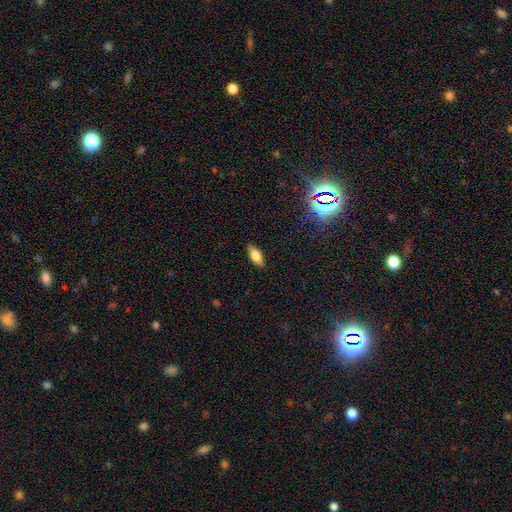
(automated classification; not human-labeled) Smooth or featured?
  - smooth: 71% *
  - featured or disk: 21%
  - star or artifact: 8%
How rounded?
  - in between: 75% *
  - cigar-shaped: 22%
  - round: 3%
Merging?
  - none: 87% *
  - minor disturbance: 10%
  - major disturbance: 2%
  - merger: 1%